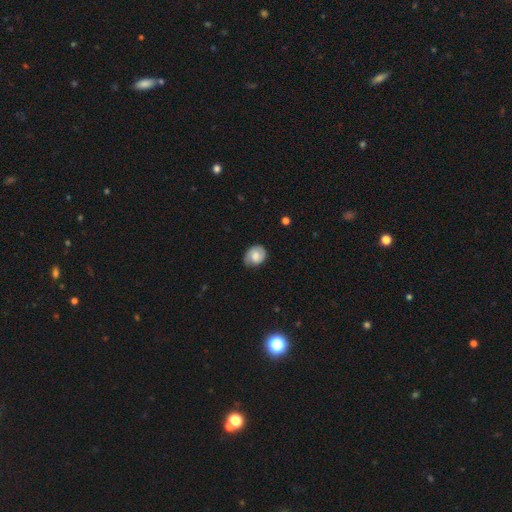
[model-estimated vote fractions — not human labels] Smooth or featured? Predicted: smooth (p=0.47). Merging? Predicted: none (p=0.72).